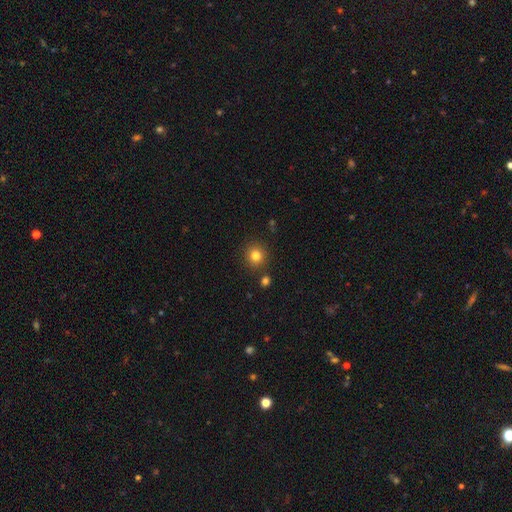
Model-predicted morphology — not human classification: Smooth or featured? smooth (81%)
How rounded? round (91%)
Merging? none (86%)